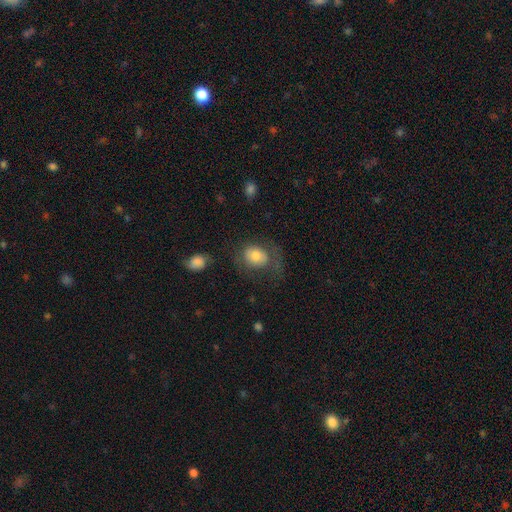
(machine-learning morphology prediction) smooth 69%, featured or disk 23%, star or artifact 9%. Down the decision tree: how rounded — in between (51%); merging — none (44%).